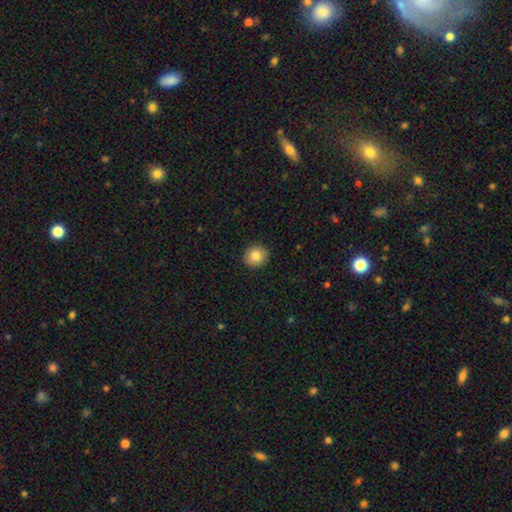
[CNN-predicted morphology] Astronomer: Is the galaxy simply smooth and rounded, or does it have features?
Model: smooth — 82%.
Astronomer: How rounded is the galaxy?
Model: round — 88%.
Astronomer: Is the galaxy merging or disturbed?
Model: none — 92%.